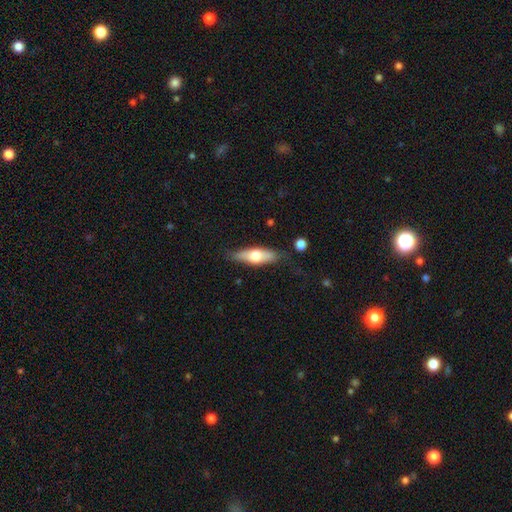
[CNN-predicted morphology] smooth 53%, featured or disk 41%, star or artifact 6%. Down the decision tree: how rounded — in between (52%); merging — none (75%).